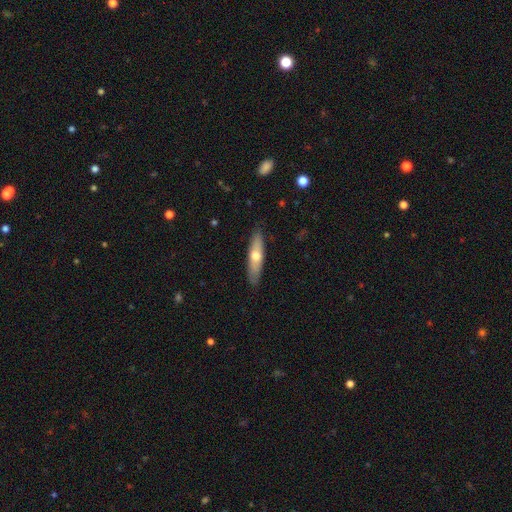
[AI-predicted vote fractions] Smooth or featured? Predicted: smooth (p=0.55). How rounded? Predicted: cigar-shaped (p=0.72). Merging? Predicted: none (p=0.87).